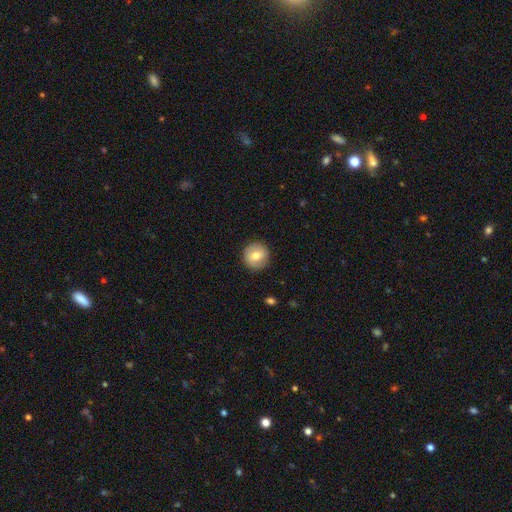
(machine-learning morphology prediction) Smooth or featured?
  - smooth: 69% *
  - featured or disk: 23%
  - star or artifact: 8%
How rounded?
  - round: 94% *
  - in between: 5%
  - cigar-shaped: 1%
Merging?
  - none: 90% *
  - minor disturbance: 7%
  - major disturbance: 2%
  - merger: 1%